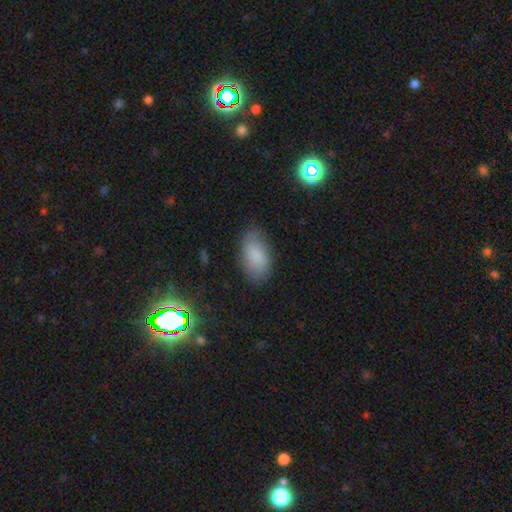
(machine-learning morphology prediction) The model was most divided on "merging": none: 80%, minor disturbance: 15%, major disturbance: 4%, merger: 1%. More confident: how rounded — in between (93%); smooth or featured — smooth (83%).